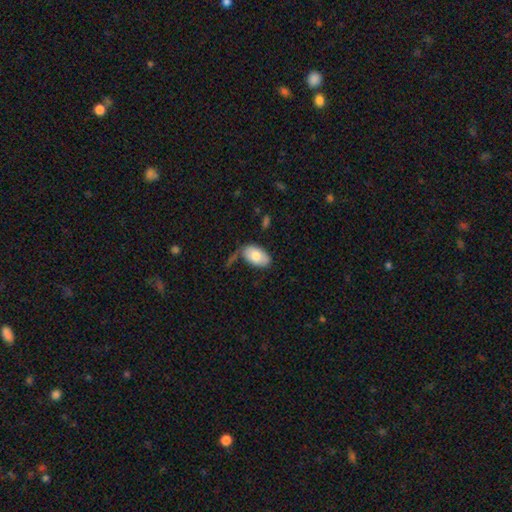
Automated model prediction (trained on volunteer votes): Smooth or featured: smooth — 76% (featured or disk — 18%)
How rounded: in between — 93% (round — 5%)
Merging: none — 61% (minor disturbance — 22%)